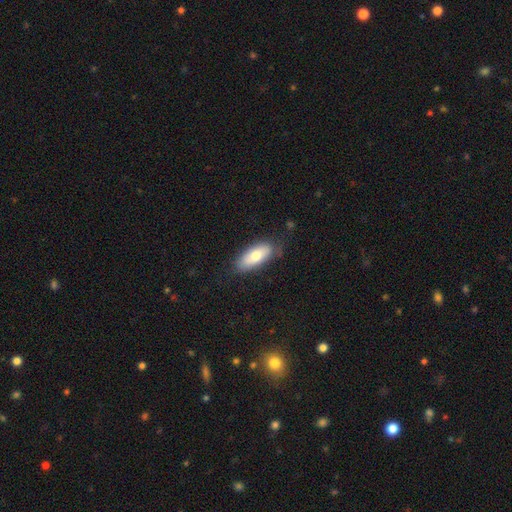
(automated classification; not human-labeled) This appears to be a smooth galaxy with no disk features (71%) that is in between round and cigar-shaped (83%). Merging: none (76%).